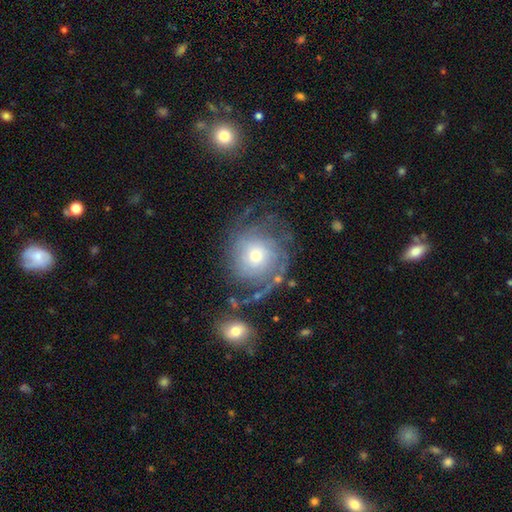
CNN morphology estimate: The model was most divided on "bulge size" (2-way tie): moderate: 46%, small: 46%, large: 5%, dominant: 1%, none: 1%. Remaining: edge-on disk — no (97%); spiral arms — yes (85%); bar — no (81%); smooth or featured — featured or disk (68%); merging — none (59%); spiral winding — tight (57%); spiral arm count — can't tell (43%).